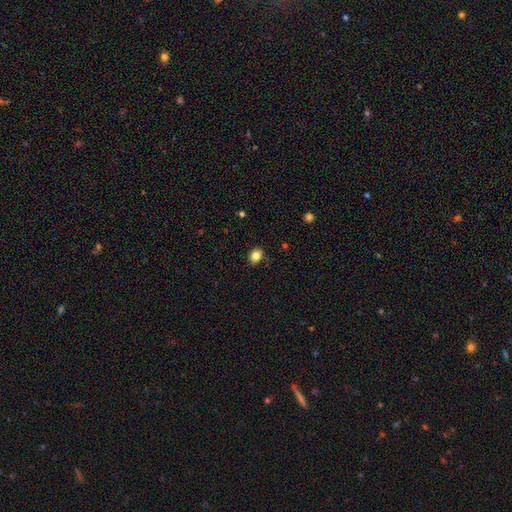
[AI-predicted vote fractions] Smooth or featured? Predicted: smooth (p=0.83). How rounded? Predicted: round (p=0.52). Merging? Predicted: none (p=0.84).